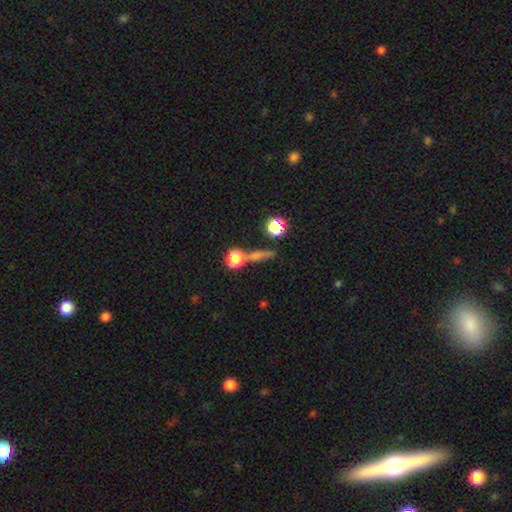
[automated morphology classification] smooth 57%, star or artifact 25%, featured or disk 19%. Down the decision tree: how rounded — round (47%); merging — none (65%).